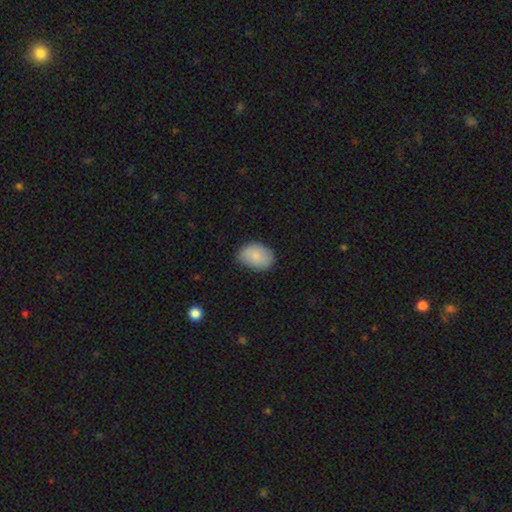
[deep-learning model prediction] Smooth or featured? Predicted: smooth (p=0.85). How rounded? Predicted: in between (p=0.80). Merging? Predicted: none (p=0.73).